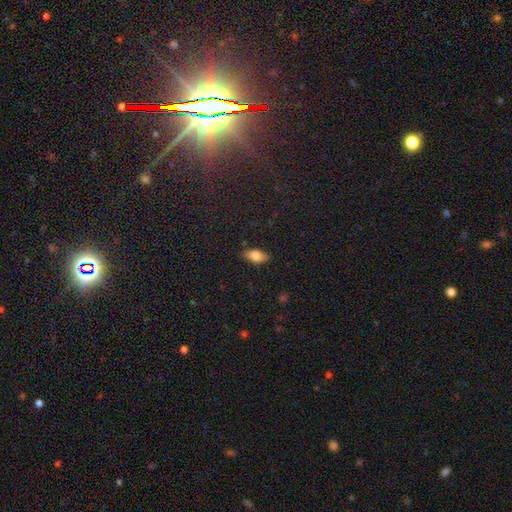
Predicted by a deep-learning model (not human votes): smooth 74%, featured or disk 18%, star or artifact 7%. Down the decision tree: how rounded — in between (86%); merging — none (86%).